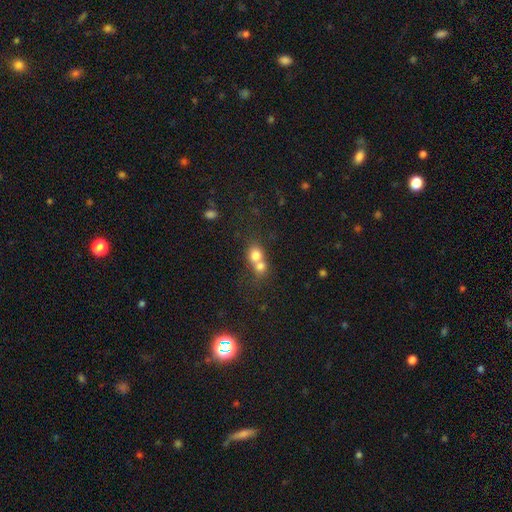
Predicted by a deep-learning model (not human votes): smooth-or-featured: smooth: 74% | featured or disk: 15% | star or artifact: 11%
  how-rounded: round: 72% | in between: 26% | cigar-shaped: 1%
  merging: merger: 69% | none: 24% | minor disturbance: 5% | major disturbance: 3%